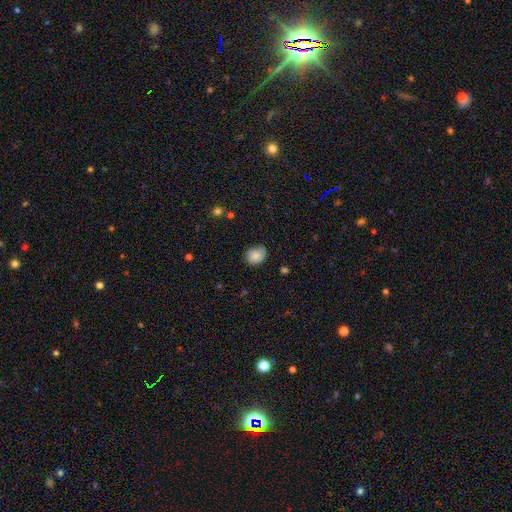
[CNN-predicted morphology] Smooth or featured? smooth (78%)
How rounded? round (61%)
Merging? none (68%)